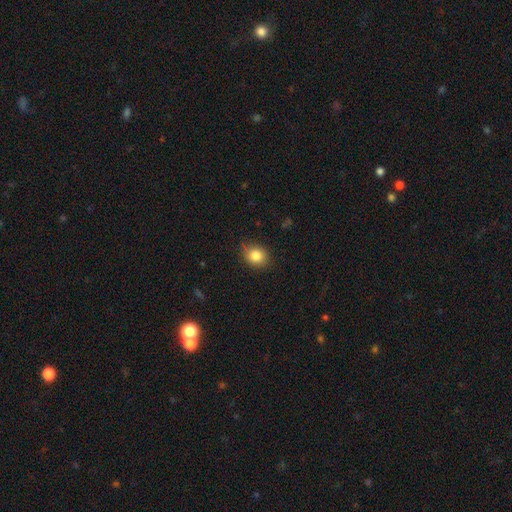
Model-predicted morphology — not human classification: smooth_or_featured: smooth (p=0.83) [alt: star or artifact p=0.10]
how_rounded: round (p=0.65) [alt: in between p=0.34]
merging: none (p=0.82) [alt: minor disturbance p=0.15]